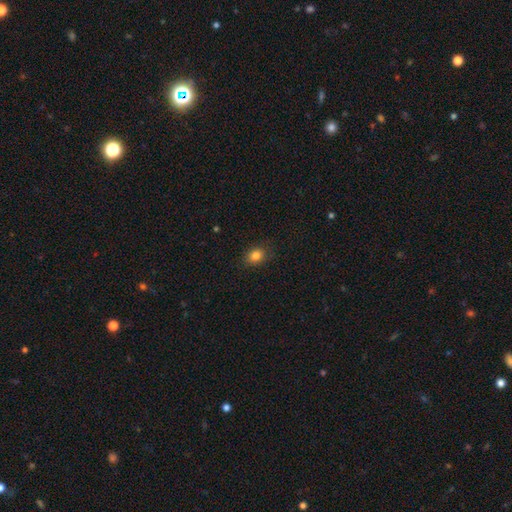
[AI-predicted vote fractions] smooth-or-featured: smooth: 83% | star or artifact: 11% | featured or disk: 6%
  how-rounded: in between: 57% | round: 42% | cigar-shaped: 1%
  merging: none: 86% | minor disturbance: 11% | major disturbance: 3% | merger: 1%